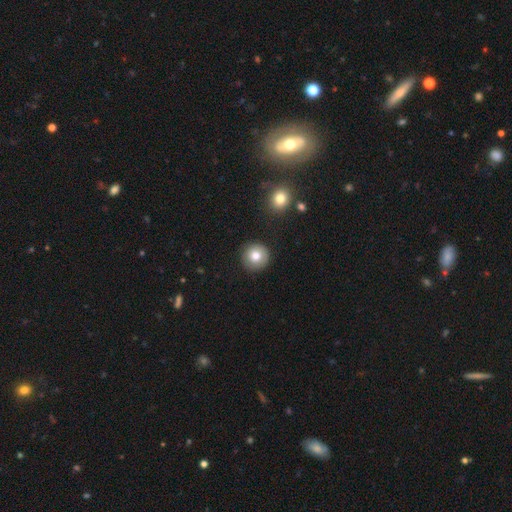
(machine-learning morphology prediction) Smooth or featured: smooth — 79% (featured or disk — 12%)
How rounded: round — 95% (in between — 4%)
Merging: none — 89% (minor disturbance — 7%)